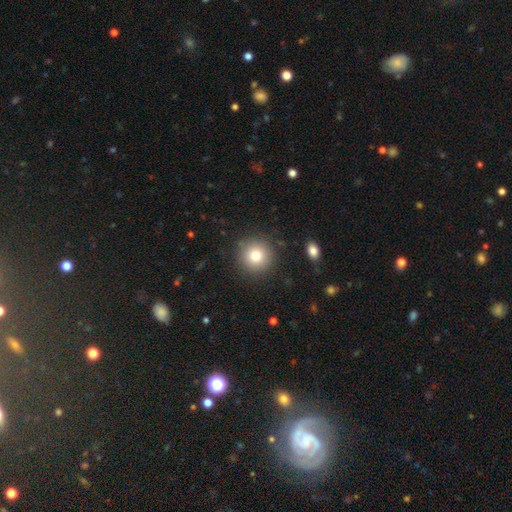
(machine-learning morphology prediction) A smooth galaxy with no disk features (77%) that is round (94%). Merging: none (89%).